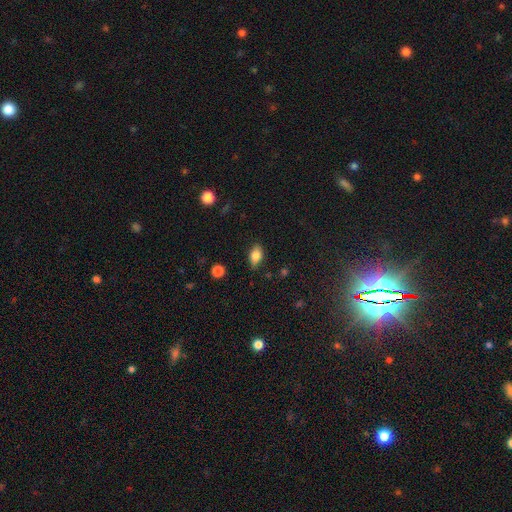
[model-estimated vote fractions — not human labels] A smooth galaxy with no disk features (81%) that is in between round and cigar-shaped (86%).

Vote fractions:
- Smooth or featured? smooth: 81% / featured or disk: 10% / star or artifact: 9%
- How rounded? in between: 86% / round: 9% / cigar-shaped: 5%
- Merging? none: 76% / minor disturbance: 19% / major disturbance: 4% / merger: 1%